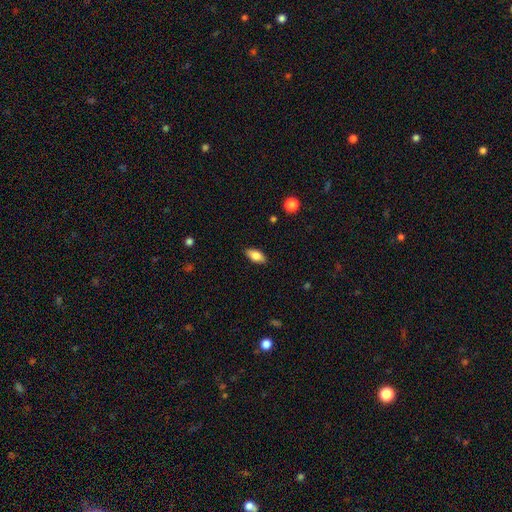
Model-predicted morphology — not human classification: The model was most divided on "smooth or featured": smooth: 81%, featured or disk: 11%, star or artifact: 7%. More confident: how rounded — in between (90%); merging — none (87%).